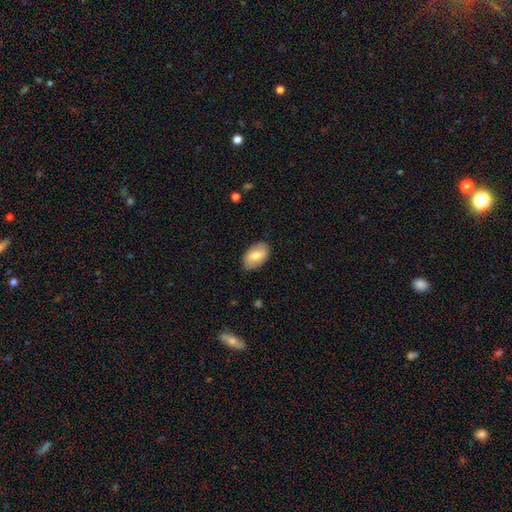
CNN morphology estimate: Smooth or featured? smooth (70%)
How rounded? in between (93%)
Merging? none (86%)